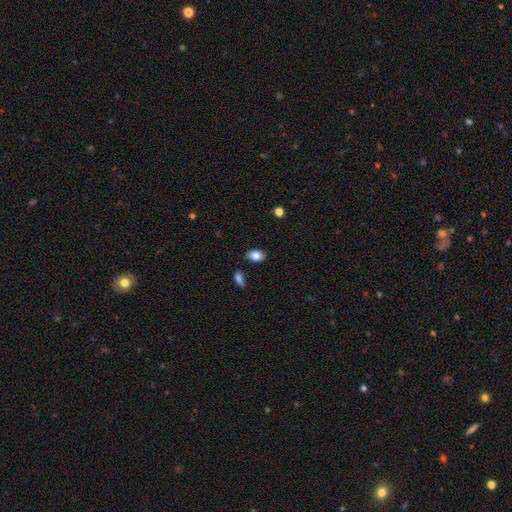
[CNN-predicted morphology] A smooth galaxy with no disk features (82%) that is in between round and cigar-shaped (86%). Merging: none (78%).